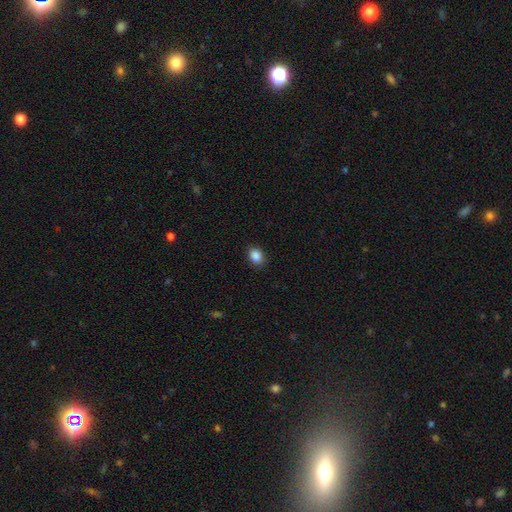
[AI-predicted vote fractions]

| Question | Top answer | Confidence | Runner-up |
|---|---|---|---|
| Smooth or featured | smooth | 88% | star or artifact (9%) |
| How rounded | in between | 57% | round (42%) |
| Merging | none | 88% | minor disturbance (9%) |